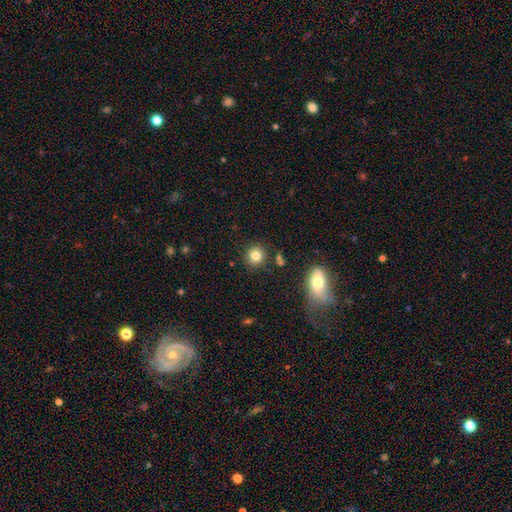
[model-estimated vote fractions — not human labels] This is clearly a smooth galaxy (82%). How rounded: clearly round (89%). Merging: clearly none (87%).